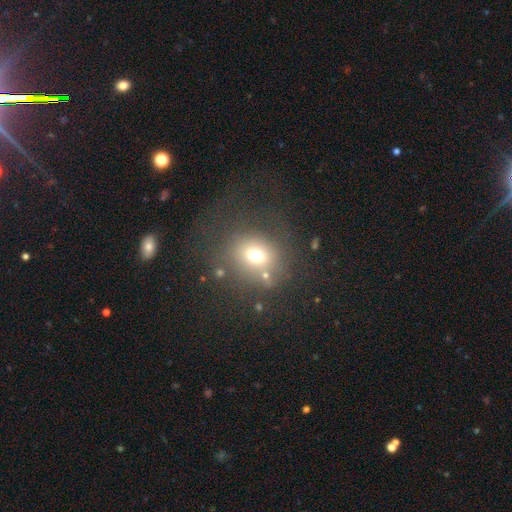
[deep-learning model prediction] This is likely a smooth galaxy (69%). How rounded: likely round (68%). Merging: likely none (66%).